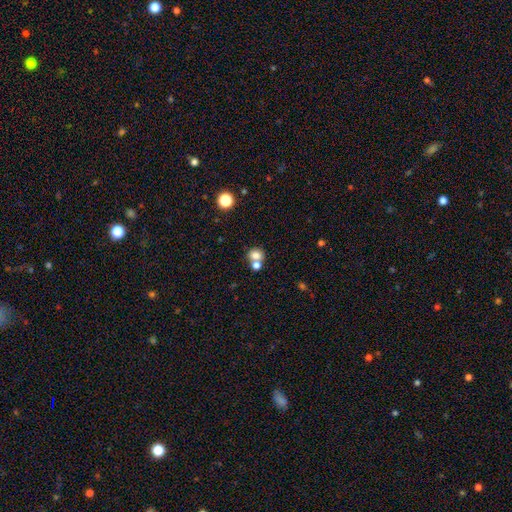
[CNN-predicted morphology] Smooth or featured: smooth — 77% (star or artifact — 12%)
How rounded: round — 68% (in between — 31%)
Merging: merger — 45% (none — 43%)